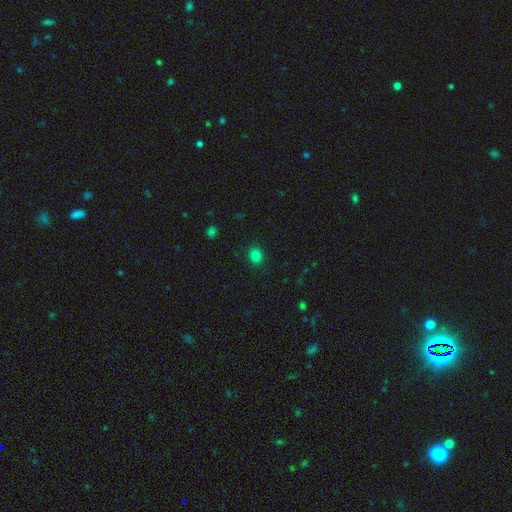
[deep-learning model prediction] Overall: smooth (81%). How rounded: round (70%). Merging: none (89%).